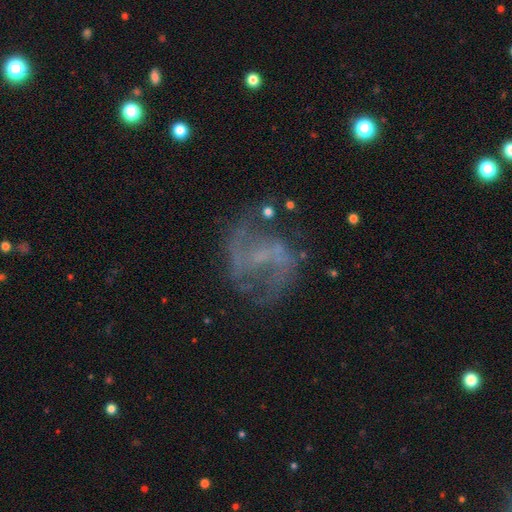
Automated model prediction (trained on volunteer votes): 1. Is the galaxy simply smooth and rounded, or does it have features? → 77% featured or disk, 12% star or artifact, 11% smooth.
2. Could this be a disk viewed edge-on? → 97% no, 3% yes.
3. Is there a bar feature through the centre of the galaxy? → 43% weak, 33% no, 24% strong.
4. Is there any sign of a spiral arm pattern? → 86% yes, 14% no.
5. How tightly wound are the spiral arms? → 48% loose, 39% medium, 14% tight.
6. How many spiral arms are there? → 80% 2, 10% can't tell, 3% 1, 3% 3, 2% 4, 2% more than 4.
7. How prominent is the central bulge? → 50% none, 41% small, 7% moderate, 1% large, 1% dominant.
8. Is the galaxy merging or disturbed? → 68% none, 16% minor disturbance, 14% major disturbance, 3% merger.